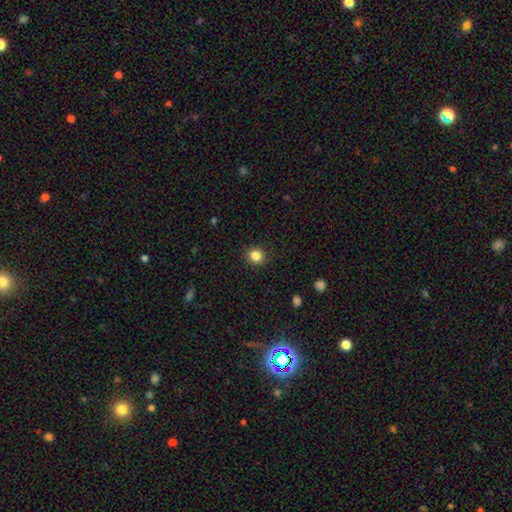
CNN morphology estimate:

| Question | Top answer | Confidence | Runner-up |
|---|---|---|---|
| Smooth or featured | smooth | 85% | star or artifact (11%) |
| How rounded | round | 85% | in between (14%) |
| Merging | none | 91% | minor disturbance (6%) |